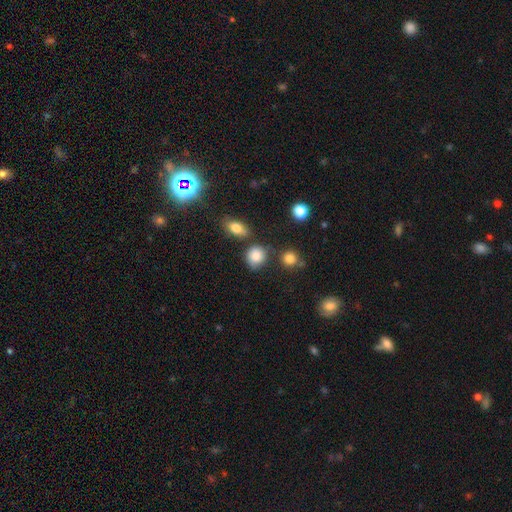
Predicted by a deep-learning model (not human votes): smooth-or-featured: smooth: 83% | star or artifact: 10% | featured or disk: 7%
  how-rounded: round: 77% | in between: 22% | cigar-shaped: 1%
  merging: none: 72% | minor disturbance: 15% | merger: 9% | major disturbance: 4%